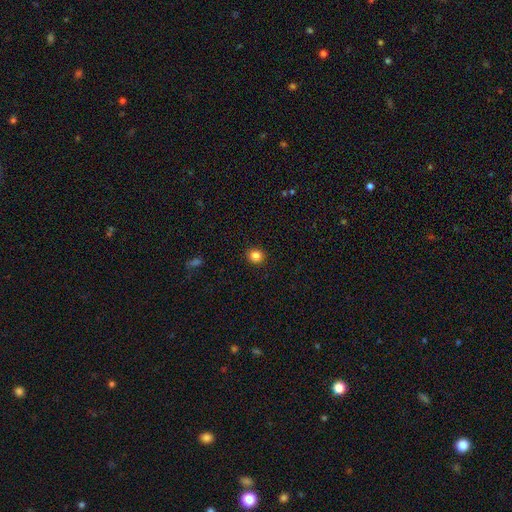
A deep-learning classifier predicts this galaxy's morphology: This is clearly a smooth galaxy (84%). How rounded: clearly round (86%). Merging: clearly none (92%).